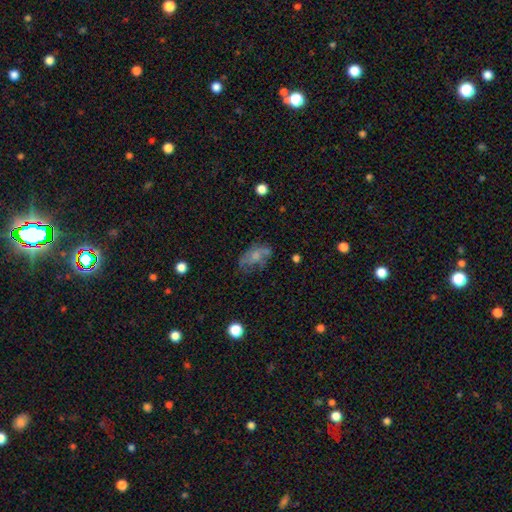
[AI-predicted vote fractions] smooth_or_featured: smooth (p=0.44) [tied with: featured or disk p=0.44]
merging: none (p=0.47) [alt: minor disturbance p=0.25]